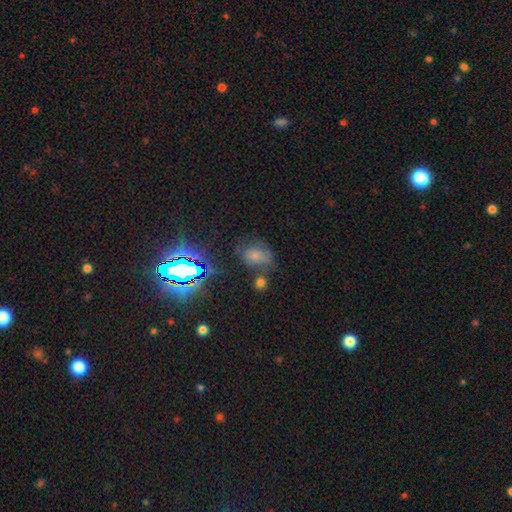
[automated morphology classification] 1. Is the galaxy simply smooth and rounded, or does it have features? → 58% smooth, 27% star or artifact, 15% featured or disk.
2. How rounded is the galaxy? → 67% in between, 31% round, 2% cigar-shaped.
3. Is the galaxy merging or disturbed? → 54% none, 23% minor disturbance, 11% merger, 11% major disturbance.